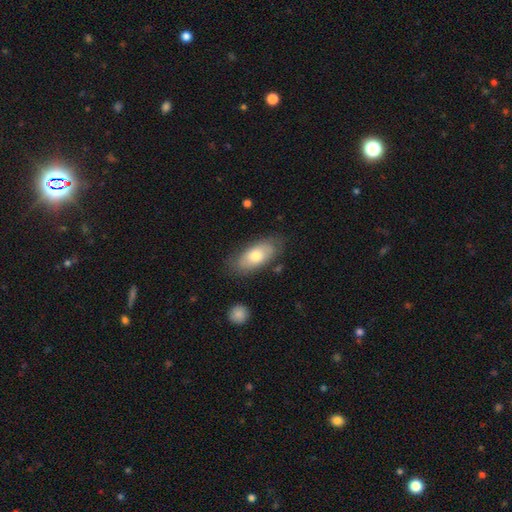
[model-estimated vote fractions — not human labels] smooth-or-featured: smooth: 65% | featured or disk: 29% | star or artifact: 6%
  how-rounded: in between: 89% | cigar-shaped: 7% | round: 4%
  merging: none: 75% | minor disturbance: 18% | major disturbance: 5% | merger: 2%